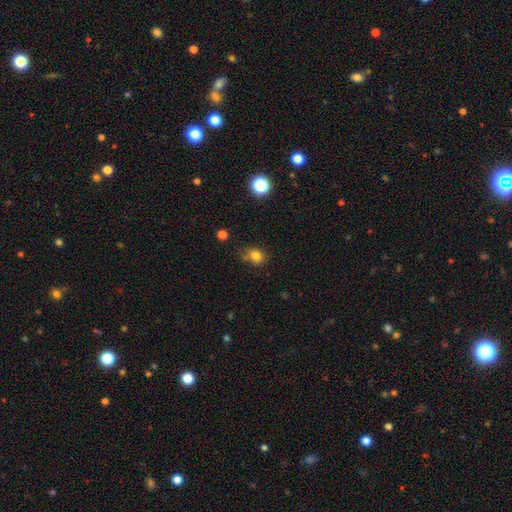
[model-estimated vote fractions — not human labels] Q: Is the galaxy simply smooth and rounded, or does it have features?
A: smooth — 80%.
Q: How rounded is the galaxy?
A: round — 68%.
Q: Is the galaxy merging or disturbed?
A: none — 65%.